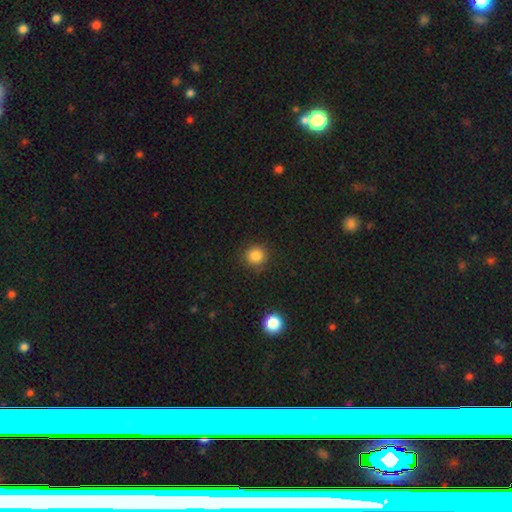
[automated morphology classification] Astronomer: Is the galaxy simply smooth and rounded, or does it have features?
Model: smooth — 84%.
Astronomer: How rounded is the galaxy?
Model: round — 92%.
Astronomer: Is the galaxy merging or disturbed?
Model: none — 89%.